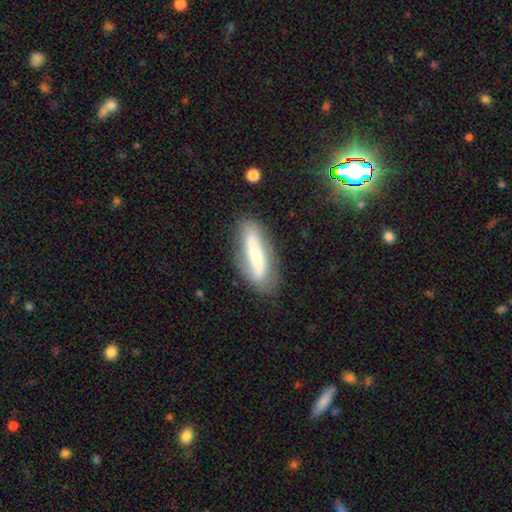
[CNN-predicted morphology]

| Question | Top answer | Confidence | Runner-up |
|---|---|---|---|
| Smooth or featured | featured or disk | 49% | smooth (44%) |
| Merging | none | 78% | minor disturbance (15%) |